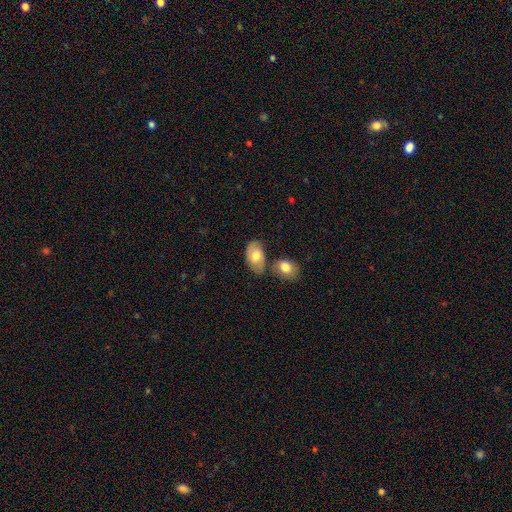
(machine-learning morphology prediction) This is likely a smooth galaxy (69%). How rounded: clearly in between (92%). Merging: possibly none (58%).